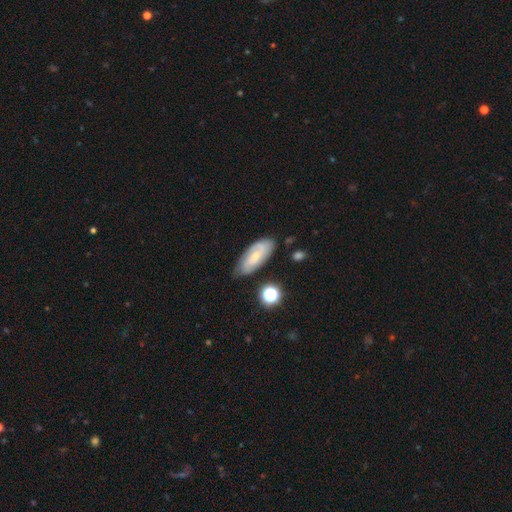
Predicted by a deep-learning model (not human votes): smooth-or-featured: featured or disk: 49% | smooth: 43% | star or artifact: 8%
  merging: none: 69% | minor disturbance: 23% | major disturbance: 5% | merger: 3%